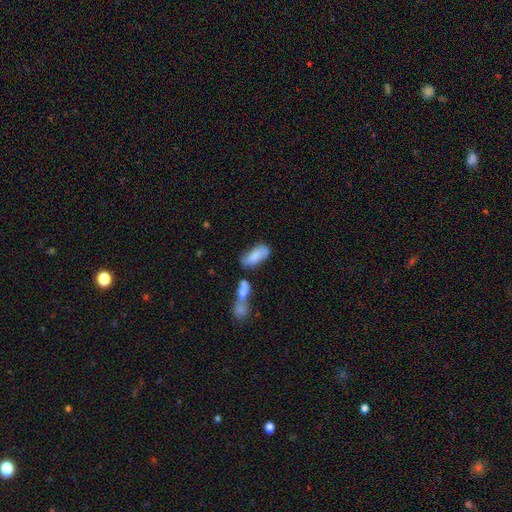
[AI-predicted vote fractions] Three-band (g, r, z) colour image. It shows a smooth galaxy with no disk features (78%) that is in between round and cigar-shaped (84%). Merging: none (50%).